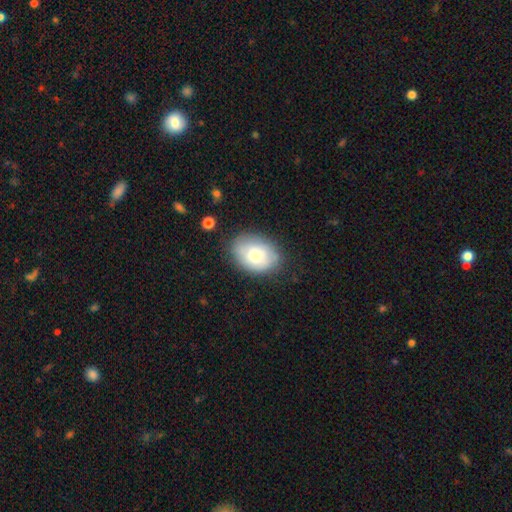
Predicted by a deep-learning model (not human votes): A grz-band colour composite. It shows a smooth galaxy with no disk features (70%) that is in between round and cigar-shaped (75%). Merging: none (73%).